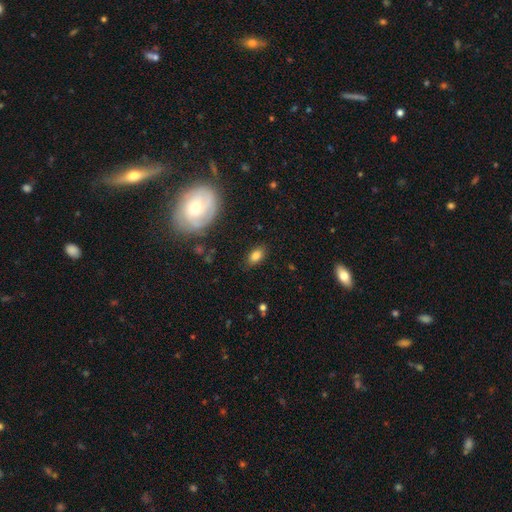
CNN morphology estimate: smooth_or_featured: smooth (p=0.80) [alt: featured or disk p=0.11]
how_rounded: in between (p=0.88) [alt: round p=0.09]
merging: none (p=0.83) [alt: minor disturbance p=0.12]